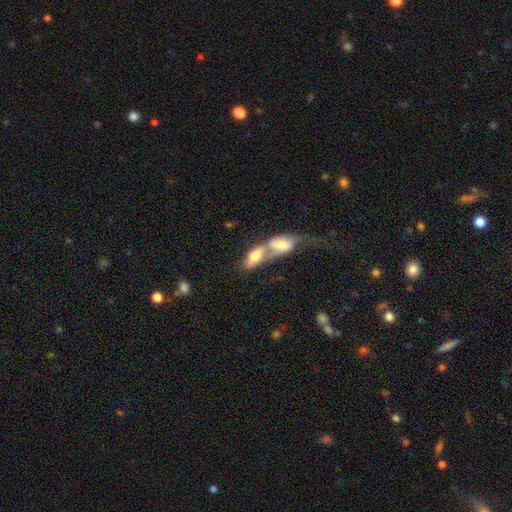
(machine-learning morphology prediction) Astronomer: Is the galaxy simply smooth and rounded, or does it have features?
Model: smooth — 64%.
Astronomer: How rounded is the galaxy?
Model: in between — 84%.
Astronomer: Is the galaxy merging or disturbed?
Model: merger — 80%.